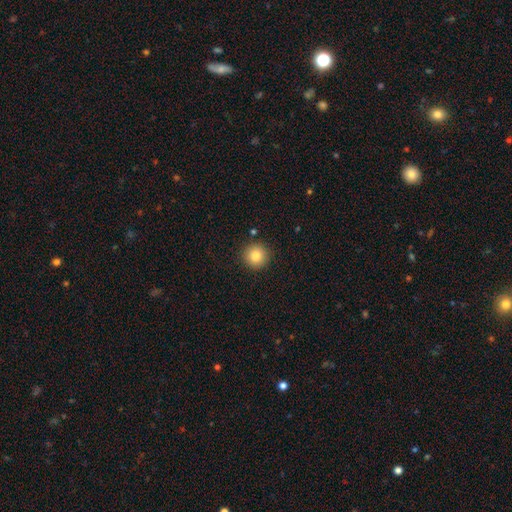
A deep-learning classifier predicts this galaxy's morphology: smooth 84%, star or artifact 10%, featured or disk 6%. Down the decision tree: how rounded — round (94%); merging — none (90%).